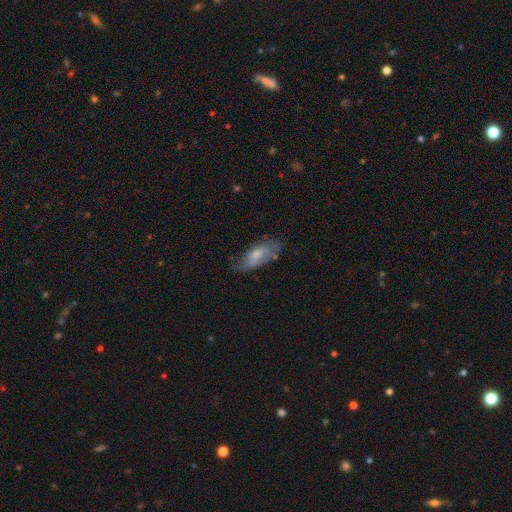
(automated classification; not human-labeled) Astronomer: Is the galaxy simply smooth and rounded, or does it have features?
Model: smooth — 52% (runner-up: featured or disk, 41%).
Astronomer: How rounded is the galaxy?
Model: in between — 75%.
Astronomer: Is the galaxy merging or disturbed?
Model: none — 61%.